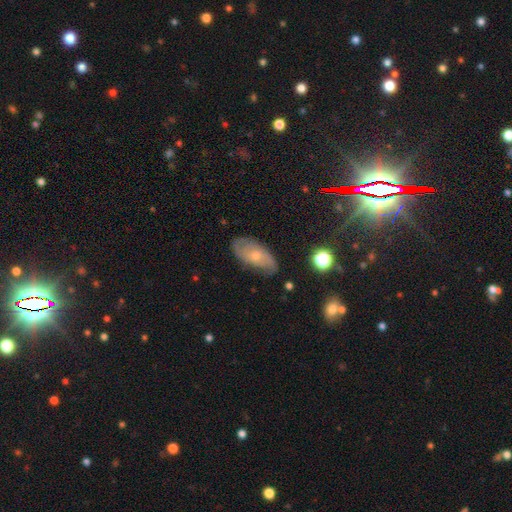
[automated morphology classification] A featured or disk galaxy (62%) with no bar (76%), spiral arms (82%) and a small central bulge (53%).

Vote fractions:
- Smooth or featured? featured or disk: 62% / smooth: 30% / star or artifact: 8%
- Edge-on disk? no: 91% / yes: 9%
- Bar? no: 76% / weak: 21% / strong: 3%
- Spiral arms? yes: 82% / no: 18%
- Bulge size? small: 53% / moderate: 42% / none: 2% / large: 2% / dominant: 1%
- Merging? none: 68% / minor disturbance: 24% / major disturbance: 7% / merger: 2%